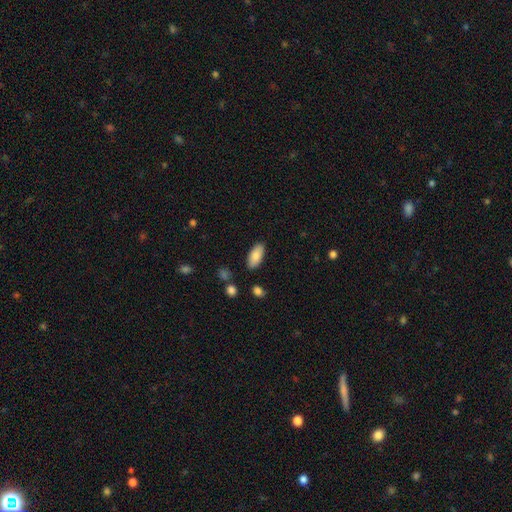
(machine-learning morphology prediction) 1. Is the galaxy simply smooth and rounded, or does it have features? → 84% smooth, 9% featured or disk, 7% star or artifact.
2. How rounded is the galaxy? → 89% in between, 9% cigar-shaped, 2% round.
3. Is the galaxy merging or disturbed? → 86% none, 10% minor disturbance, 2% major disturbance, 2% merger.